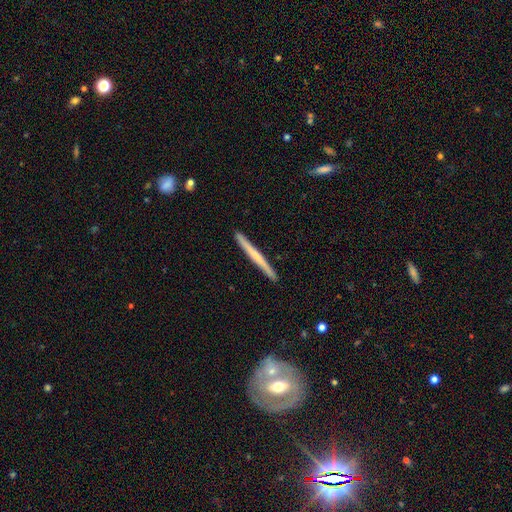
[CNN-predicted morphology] Smooth or featured: featured or disk — 50% (smooth — 45%)
Merging: none — 92% (minor disturbance — 5%)